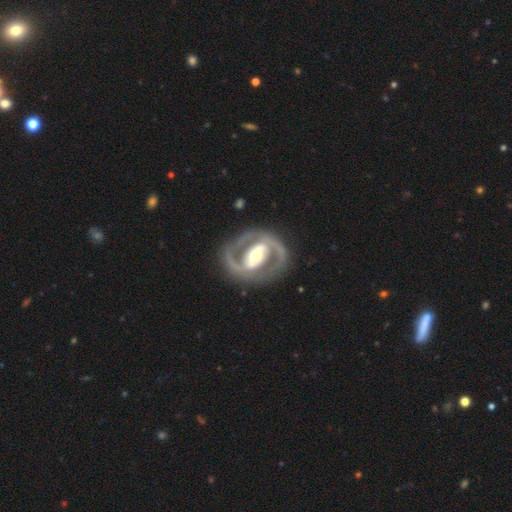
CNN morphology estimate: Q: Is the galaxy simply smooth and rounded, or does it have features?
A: featured or disk — 86%.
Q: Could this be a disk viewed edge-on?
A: no — 96%.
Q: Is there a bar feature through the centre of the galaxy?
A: strong — 56%.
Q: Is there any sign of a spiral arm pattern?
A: yes — 79%.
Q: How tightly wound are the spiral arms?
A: medium — 48%.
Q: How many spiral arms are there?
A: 2 — 89%.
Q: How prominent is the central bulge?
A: moderate — 65%.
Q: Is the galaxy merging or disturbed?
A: none — 83%.